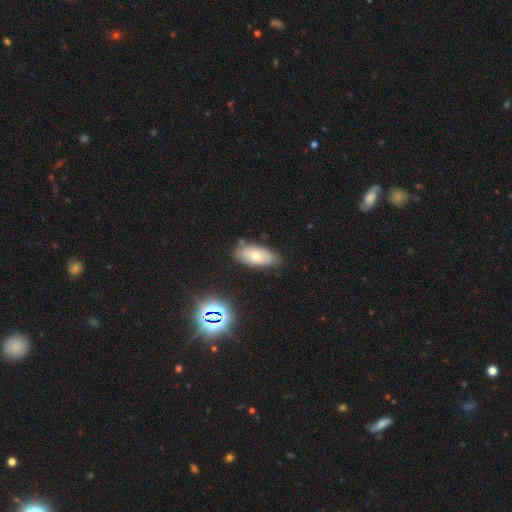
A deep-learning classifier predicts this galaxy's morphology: The model was most divided on "smooth or featured": smooth: 64%, featured or disk: 26%, star or artifact: 10%. More confident: how rounded — in between (90%); merging — none (73%).